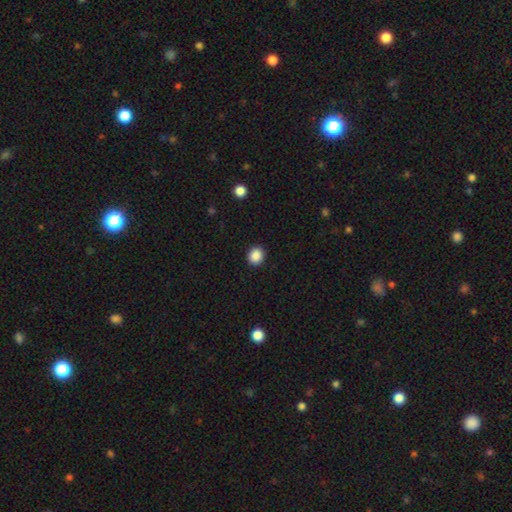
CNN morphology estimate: smooth_or_featured: smooth (p=0.88) [alt: star or artifact p=0.10]
how_rounded: round (p=0.84) [alt: in between p=0.15]
merging: none (p=0.92) [alt: minor disturbance p=0.05]